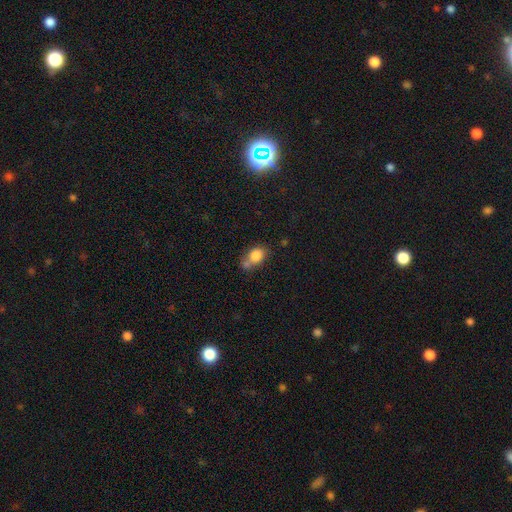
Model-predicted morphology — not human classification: This is clearly a smooth galaxy (82%). How rounded: possibly in between (58%). Merging: marginally none (41%).